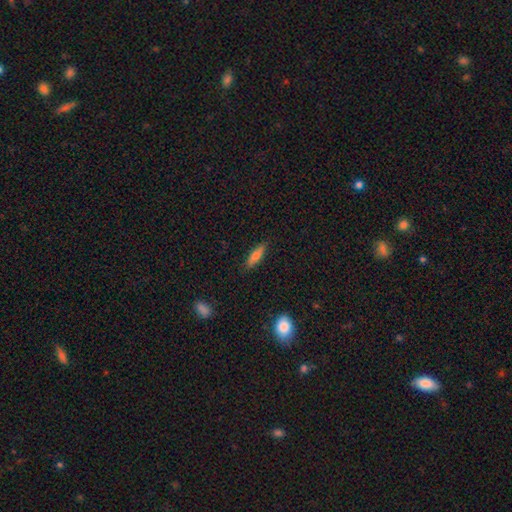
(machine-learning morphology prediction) A smooth galaxy with no disk features (66%) that is cigar-shaped (60%). Merging: none (87%).